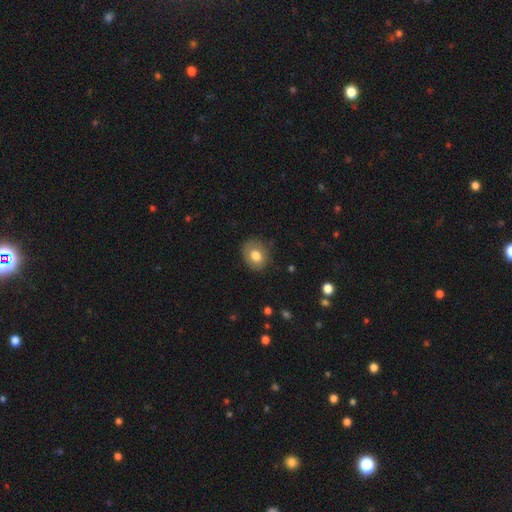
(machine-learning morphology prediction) Smooth or featured?
  - smooth: 75% *
  - featured or disk: 17%
  - star or artifact: 8%
How rounded?
  - round: 60% *
  - in between: 39%
  - cigar-shaped: 1%
Merging?
  - none: 78% *
  - minor disturbance: 16%
  - major disturbance: 5%
  - merger: 1%